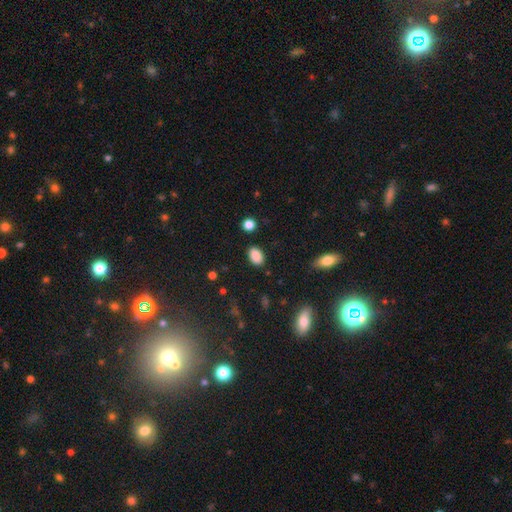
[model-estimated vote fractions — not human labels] A smooth galaxy with no disk features (88%) that is in between round and cigar-shaped (88%).

Vote fractions:
- Smooth or featured? smooth: 88% / star or artifact: 8% / featured or disk: 4%
- How rounded? in between: 88% / round: 10% / cigar-shaped: 1%
- Merging? none: 85% / minor disturbance: 11% / major disturbance: 3% / merger: 2%